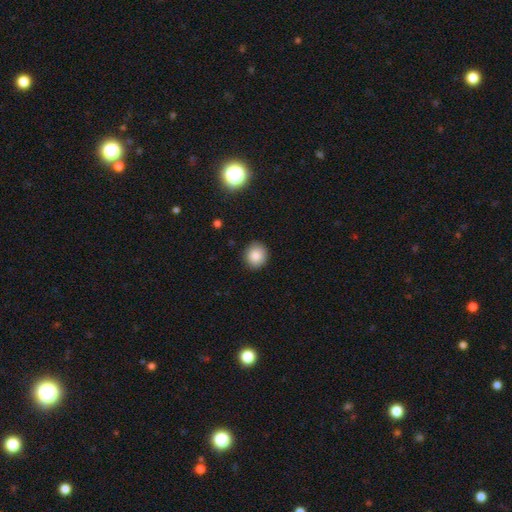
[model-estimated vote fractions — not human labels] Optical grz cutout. It shows a smooth galaxy with no disk features (84%) that is round (86%). Merging: none (91%).